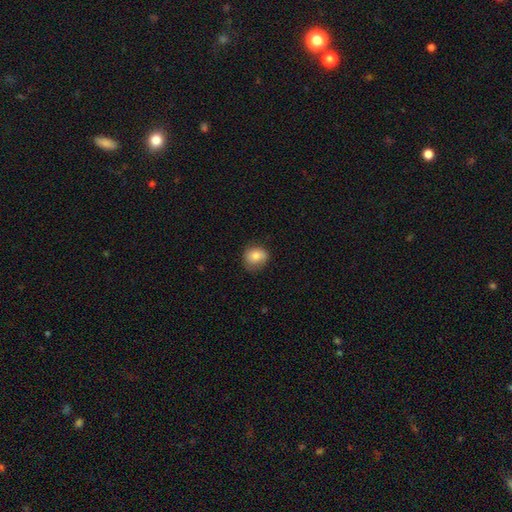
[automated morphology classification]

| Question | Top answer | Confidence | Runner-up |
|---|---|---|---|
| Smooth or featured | smooth | 78% | featured or disk (13%) |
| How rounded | round | 69% | in between (30%) |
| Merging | none | 67% | minor disturbance (25%) |